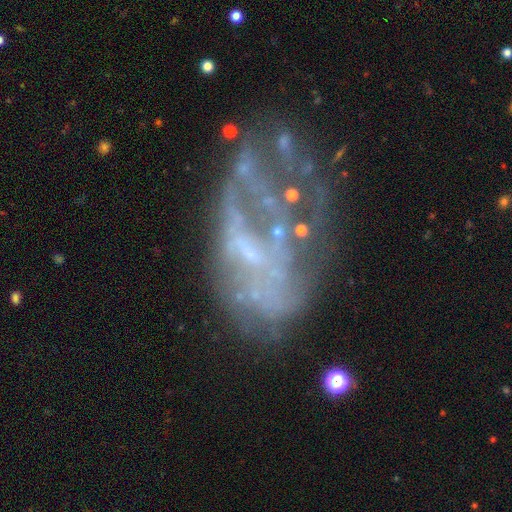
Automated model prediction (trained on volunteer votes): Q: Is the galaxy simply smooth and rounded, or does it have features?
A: featured or disk — 68%.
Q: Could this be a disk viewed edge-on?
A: no — 97%.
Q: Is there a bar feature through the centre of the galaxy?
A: no — 72%.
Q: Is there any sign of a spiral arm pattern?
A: no — 72%.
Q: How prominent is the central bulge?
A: none — 52%.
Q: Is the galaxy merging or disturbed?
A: major disturbance — 37%.